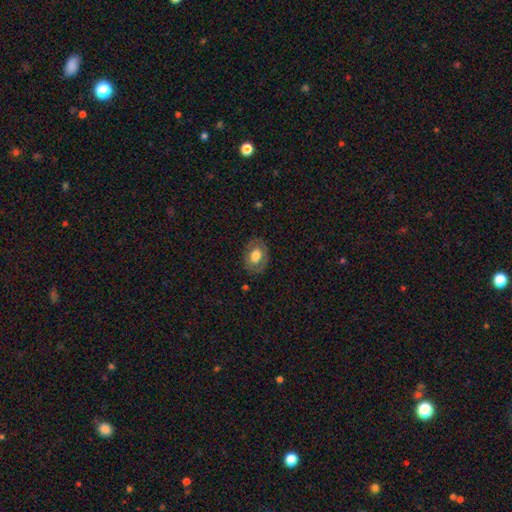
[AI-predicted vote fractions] Q: Smooth or featured?
A: smooth (62%); runner-up: featured or disk (31%)
Q: How rounded?
A: in between (72%); runner-up: round (27%)
Q: Merging?
A: none (81%); runner-up: minor disturbance (13%)